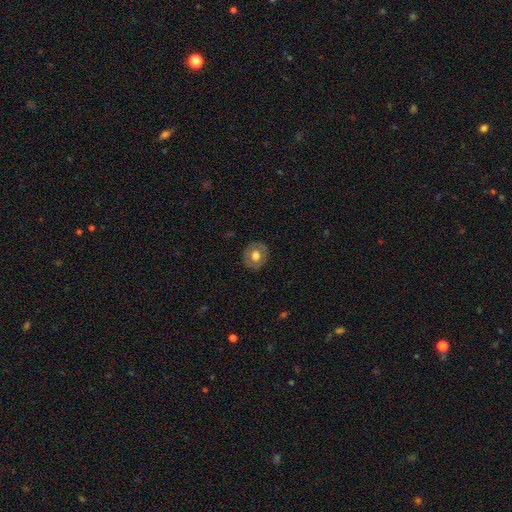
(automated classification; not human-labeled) Overall: smooth (61%; featured or disk 31%). How rounded: round (81%). Merging: none (86%).